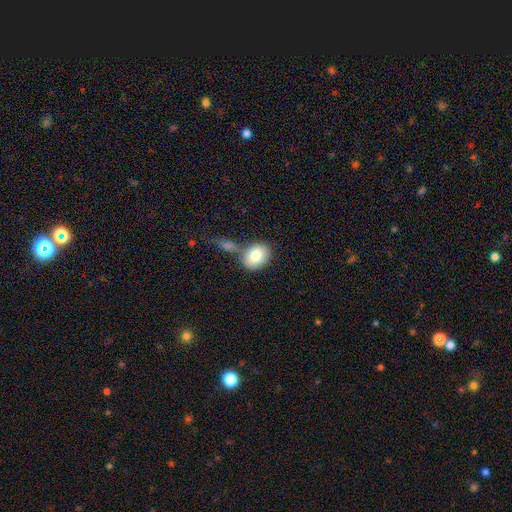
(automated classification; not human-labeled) Smooth or featured?
  - smooth: 81% *
  - featured or disk: 12%
  - star or artifact: 7%
How rounded?
  - in between: 50% *
  - round: 49%
  - cigar-shaped: 1%
Merging?
  - none: 56% *
  - merger: 26%
  - minor disturbance: 13%
  - major disturbance: 5%